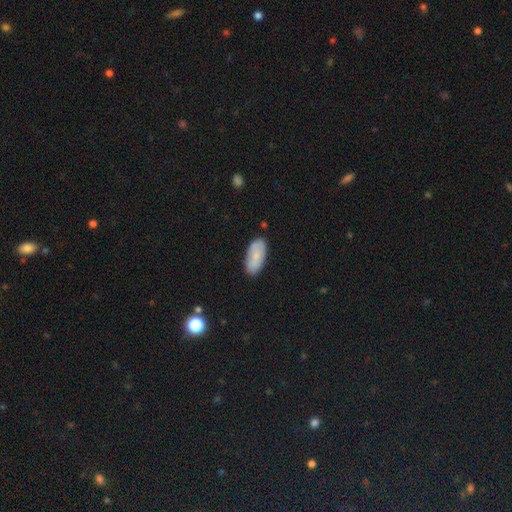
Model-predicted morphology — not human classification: This appears to be a smooth galaxy with no disk features (73%) that is in between round and cigar-shaped (87%). Merging: none (82%).